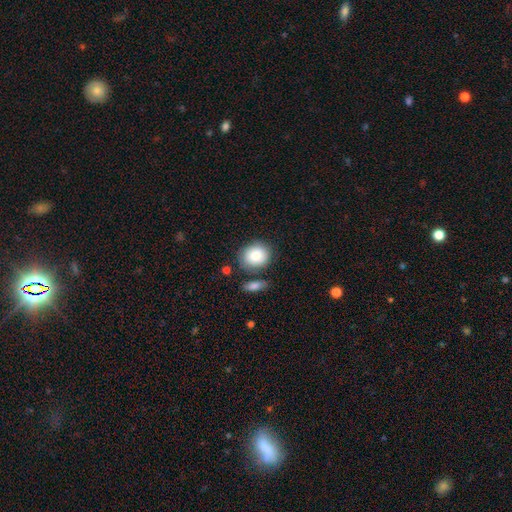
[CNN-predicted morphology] Smooth or featured? Predicted: smooth (p=0.82). How rounded? Predicted: round (p=0.67). Merging? Predicted: none (p=0.73).